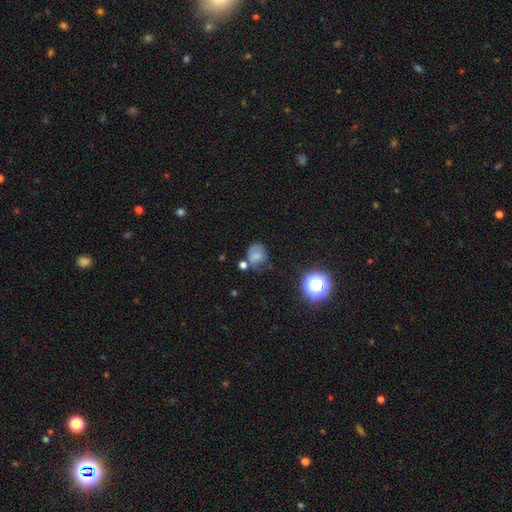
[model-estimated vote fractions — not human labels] A smooth galaxy with no disk features (64%) that is round (62%).

Vote fractions:
- Smooth or featured? smooth: 64% / featured or disk: 20% / star or artifact: 16%
- How rounded? round: 62% / in between: 36% / cigar-shaped: 1%
- Merging? none: 46% / minor disturbance: 27% / major disturbance: 15% / merger: 11%